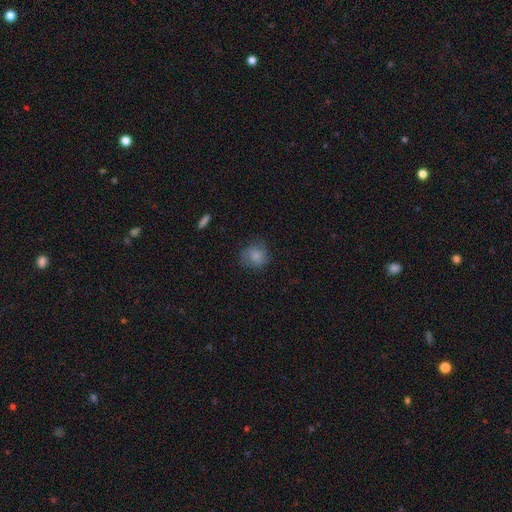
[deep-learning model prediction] A smooth galaxy with no disk features (83%) that is round (81%). Merging: none (73%).